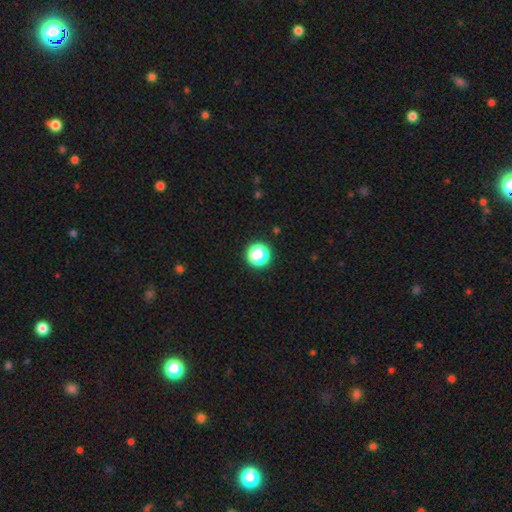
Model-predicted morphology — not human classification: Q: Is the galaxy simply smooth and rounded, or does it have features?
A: smooth — 60%.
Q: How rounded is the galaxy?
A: round — 90%.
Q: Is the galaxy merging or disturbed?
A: none — 82%.